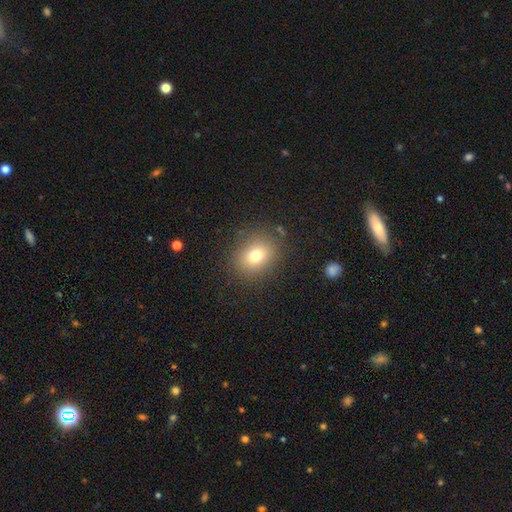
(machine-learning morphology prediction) smooth 75%, star or artifact 13%, featured or disk 12%. Down the decision tree: how rounded — round (57%); merging — none (85%).